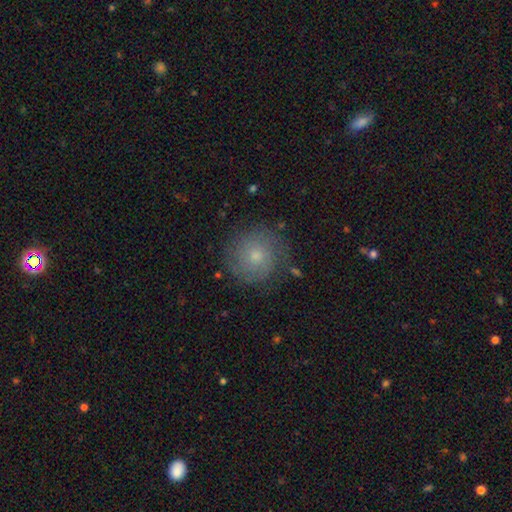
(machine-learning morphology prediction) This appears to be a smooth galaxy with no disk features (48%). Merging: none (81%).